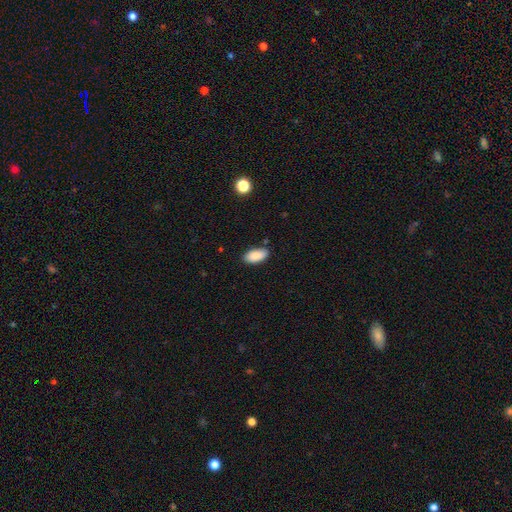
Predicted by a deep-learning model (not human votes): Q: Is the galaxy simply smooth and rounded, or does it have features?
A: smooth — 89%.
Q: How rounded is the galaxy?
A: in between — 92%.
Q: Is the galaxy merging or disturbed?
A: none — 84%.